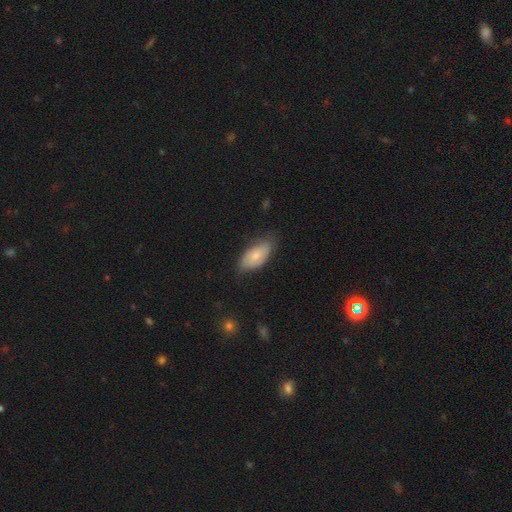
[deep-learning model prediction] Overall: smooth (68%). How rounded: in between (92%). Merging: none (64%; minor disturbance 29%).